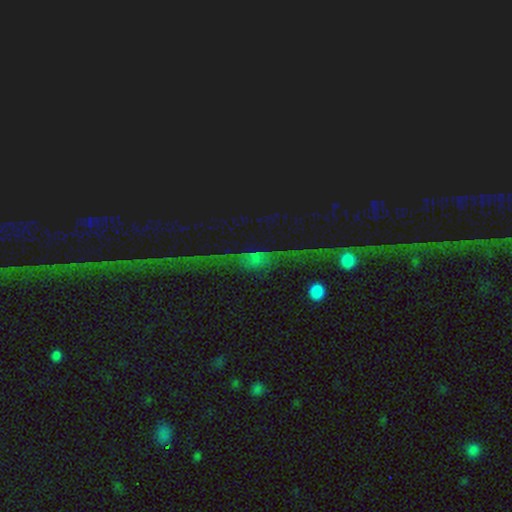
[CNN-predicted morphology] This is possibly a star or artifact rather than a galaxy (53%).